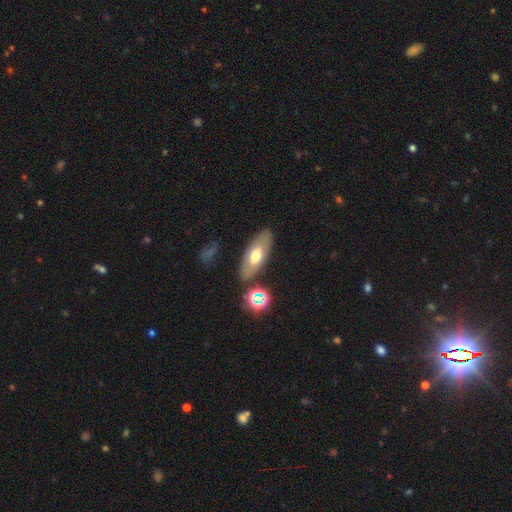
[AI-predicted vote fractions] This is possibly a smooth galaxy (57%). How rounded: likely in between (78%). Merging: clearly none (83%).